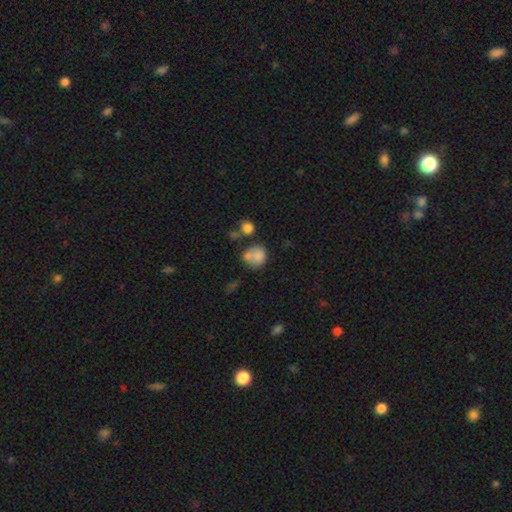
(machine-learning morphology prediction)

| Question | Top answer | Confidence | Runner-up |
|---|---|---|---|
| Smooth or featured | smooth | 77% | featured or disk (14%) |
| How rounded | round | 74% | in between (25%) |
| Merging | none | 39% | merger (36%) |